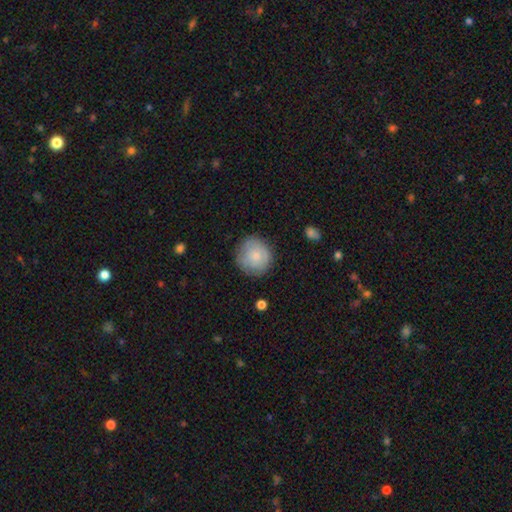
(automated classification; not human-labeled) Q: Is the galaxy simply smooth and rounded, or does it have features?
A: smooth — 74%.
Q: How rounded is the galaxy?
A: round — 92%.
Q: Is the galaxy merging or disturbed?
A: none — 78%.